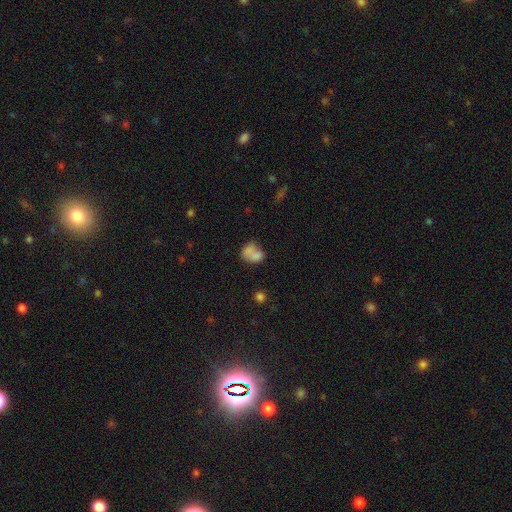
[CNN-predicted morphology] Q: Smooth or featured?
A: smooth (73%); runner-up: featured or disk (16%)
Q: How rounded?
A: in between (60%); runner-up: round (39%)
Q: Merging?
A: merger (37%); runner-up: none (31%)